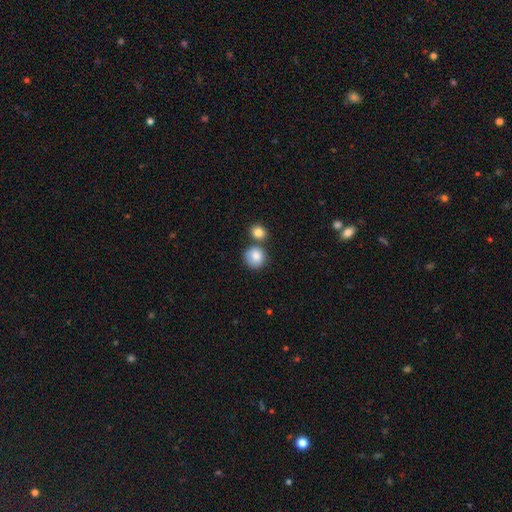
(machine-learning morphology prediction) Q: Smooth or featured?
A: smooth (84%); runner-up: star or artifact (8%)
Q: How rounded?
A: round (87%); runner-up: in between (12%)
Q: Merging?
A: none (60%); runner-up: merger (25%)